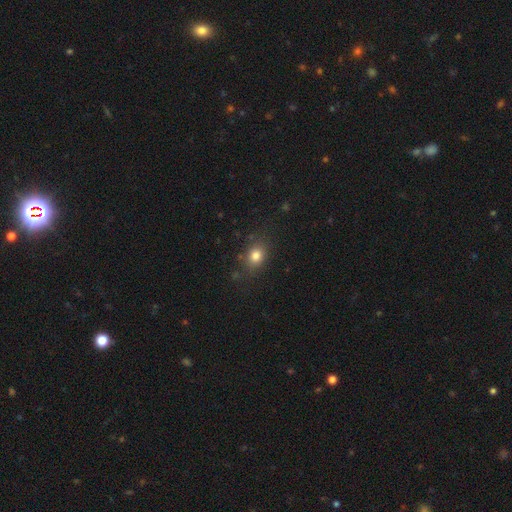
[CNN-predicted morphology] A smooth galaxy with no disk features (81%) that is round (50%). Merging: none (79%).